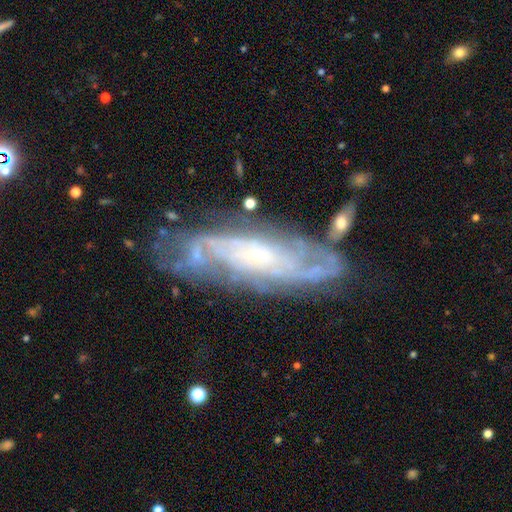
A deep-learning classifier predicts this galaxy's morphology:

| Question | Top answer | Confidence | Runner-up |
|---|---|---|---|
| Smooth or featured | featured or disk | 81% | smooth (12%) |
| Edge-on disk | no | 83% | yes (17%) |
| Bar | no | 66% | weak (25%) |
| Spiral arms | yes | 91% | no (9%) |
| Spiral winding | tight | 59% | medium (31%) |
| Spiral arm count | can't tell | 46% | 2 (21%) |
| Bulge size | small | 71% | moderate (17%) |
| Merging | none | 66% | minor disturbance (19%) |